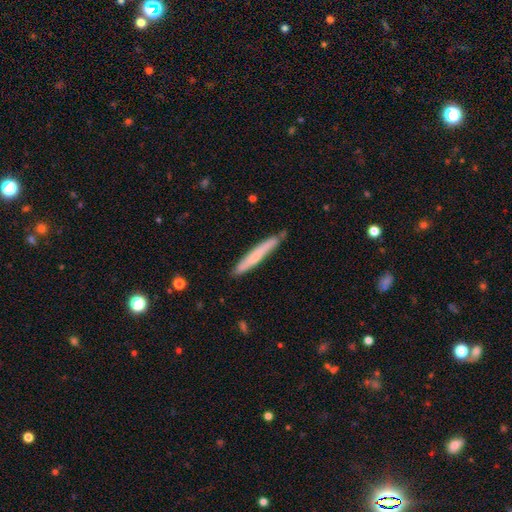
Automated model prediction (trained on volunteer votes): Q: Smooth or featured?
A: smooth (64%); runner-up: featured or disk (31%)
Q: How rounded?
A: cigar-shaped (96%); runner-up: in between (3%)
Q: Merging?
A: none (80%); runner-up: minor disturbance (15%)